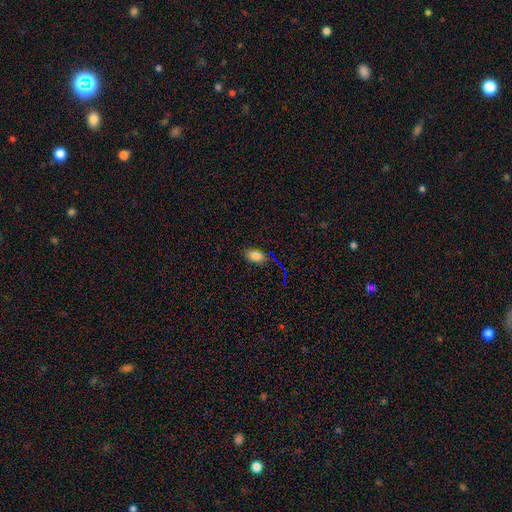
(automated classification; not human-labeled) This is clearly a smooth galaxy (80%). How rounded: clearly in between (87%). Merging: clearly none (81%).